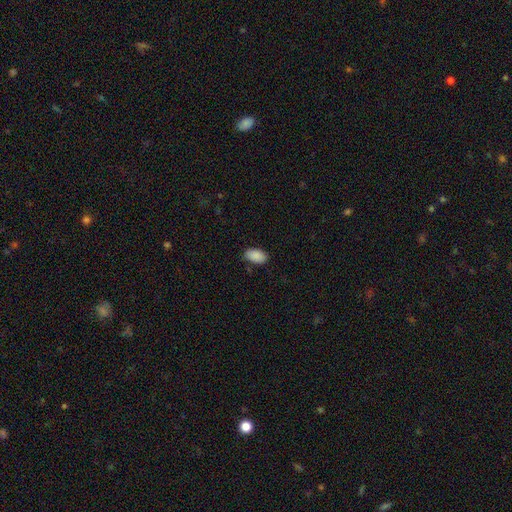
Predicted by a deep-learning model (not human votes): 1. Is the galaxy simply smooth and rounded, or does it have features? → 90% smooth, 7% star or artifact, 3% featured or disk.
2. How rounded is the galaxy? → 94% in between, 4% round, 2% cigar-shaped.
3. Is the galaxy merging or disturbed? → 83% none, 13% minor disturbance, 3% major disturbance, 1% merger.